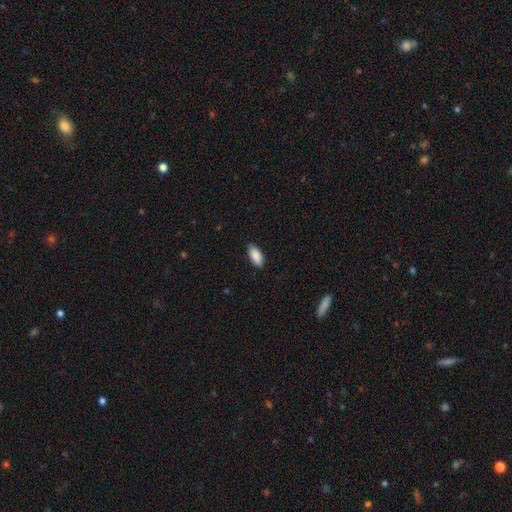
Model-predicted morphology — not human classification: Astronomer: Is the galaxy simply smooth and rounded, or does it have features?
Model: smooth — 90%.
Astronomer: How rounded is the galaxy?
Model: in between — 88%.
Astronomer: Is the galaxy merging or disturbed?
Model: none — 85%.